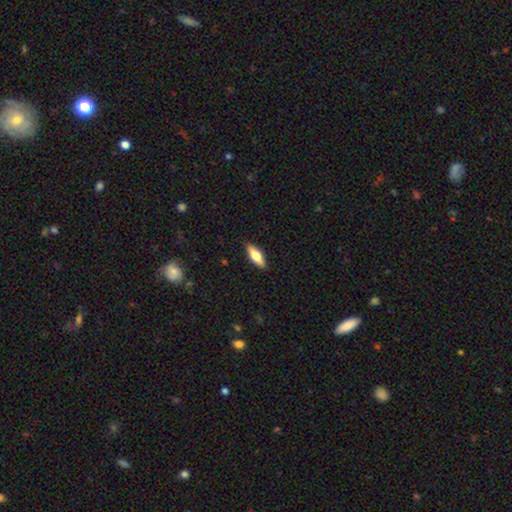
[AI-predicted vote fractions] smooth-or-featured: smooth: 56% | featured or disk: 38% | star or artifact: 6%
  how-rounded: in between: 61% | cigar-shaped: 37% | round: 3%
  merging: none: 89% | minor disturbance: 8% | major disturbance: 2% | merger: 1%